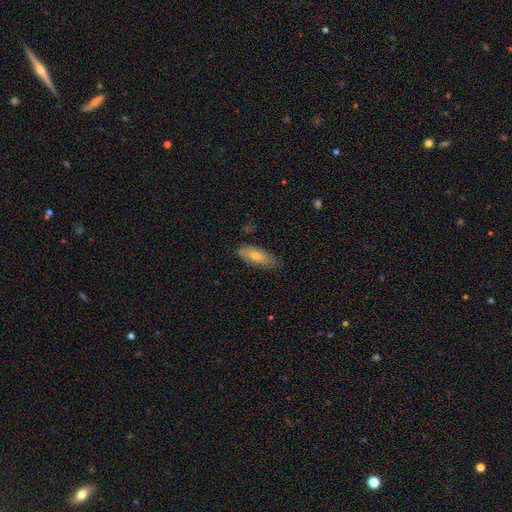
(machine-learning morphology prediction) Q: Smooth or featured?
A: smooth (55%); runner-up: featured or disk (36%)
Q: How rounded?
A: in between (66%); runner-up: cigar-shaped (31%)
Q: Merging?
A: none (77%); runner-up: minor disturbance (18%)